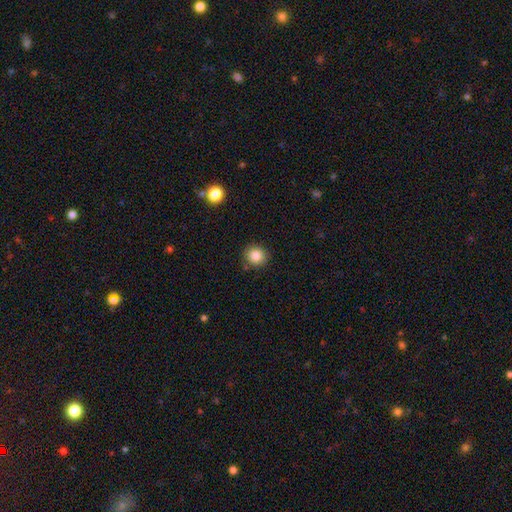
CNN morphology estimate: A smooth galaxy with no disk features (85%) that is round (90%). Merging: none (89%).